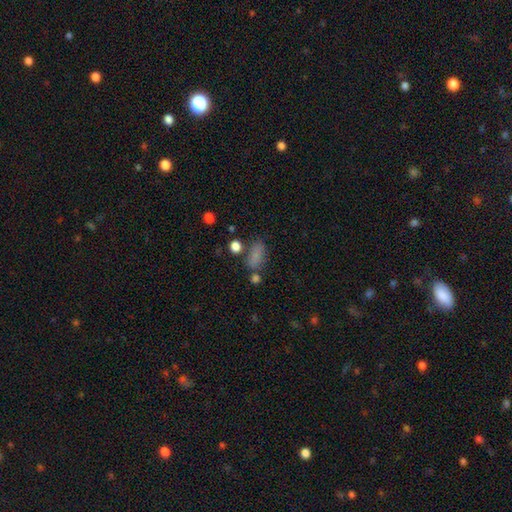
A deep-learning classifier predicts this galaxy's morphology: A smooth galaxy with no disk features (76%) that is in between round and cigar-shaped (84%). Merging: none (59%).